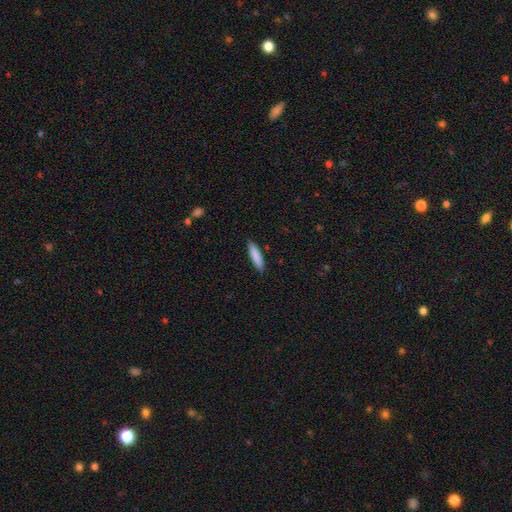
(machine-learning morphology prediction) smooth_or_featured: smooth (p=0.86) [alt: featured or disk p=0.08]
how_rounded: cigar-shaped (p=0.74) [alt: in between p=0.25]
merging: none (p=0.89) [alt: minor disturbance p=0.08]